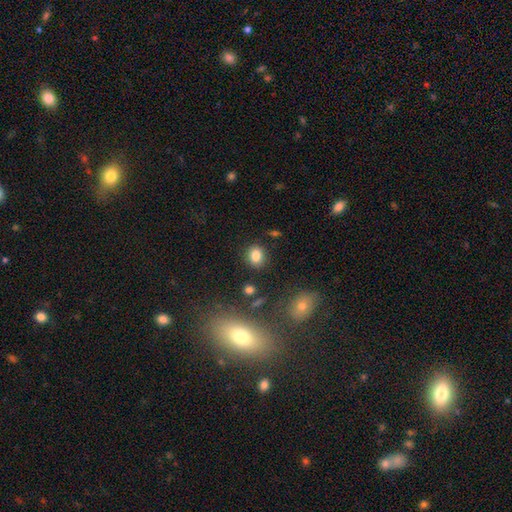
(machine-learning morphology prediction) Overall: smooth (81%). How rounded: in between (49%, tied with round). Merging: none (83%).